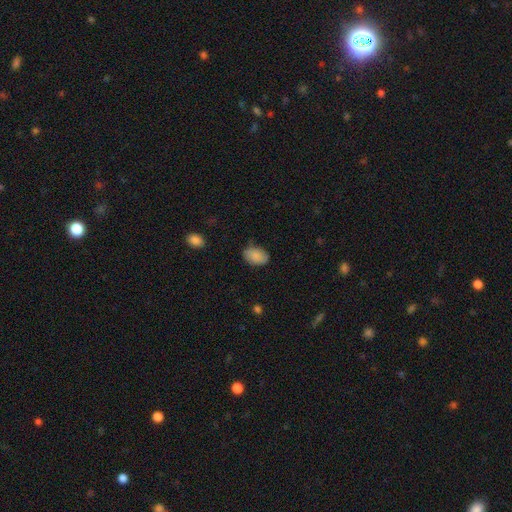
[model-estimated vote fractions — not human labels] Smooth or featured: smooth — 87% (star or artifact — 7%)
How rounded: in between — 86% (round — 13%)
Merging: none — 71% (minor disturbance — 23%)